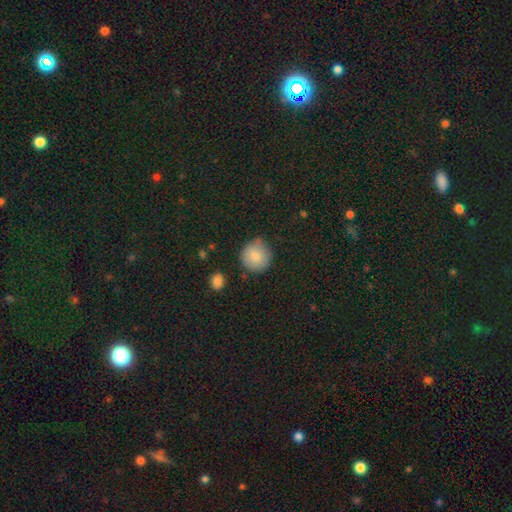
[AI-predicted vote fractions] smooth 82%, star or artifact 9%, featured or disk 9%. Down the decision tree: how rounded — round (93%); merging — none (77%).